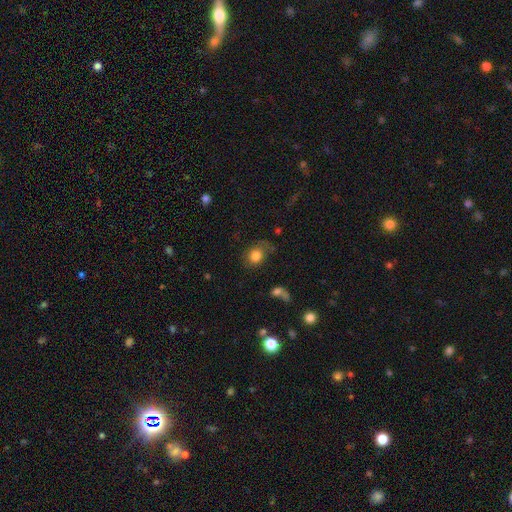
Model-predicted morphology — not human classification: type=smooth (79%); roundness=round (50%); merging=none (54%).